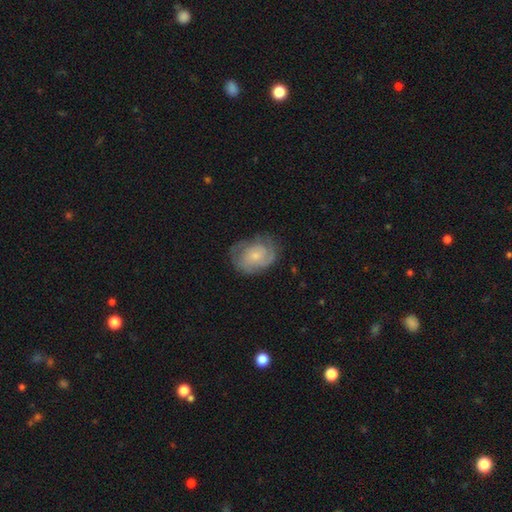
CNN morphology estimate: Smooth or featured? Predicted: featured or disk (p=0.60). Edge-on disk? Predicted: no (p=0.97). Bar? Predicted: no (p=0.75). Spiral arms? Predicted: yes (p=0.85). Bulge size? Predicted: small (p=0.62). Merging? Predicted: none (p=0.65).